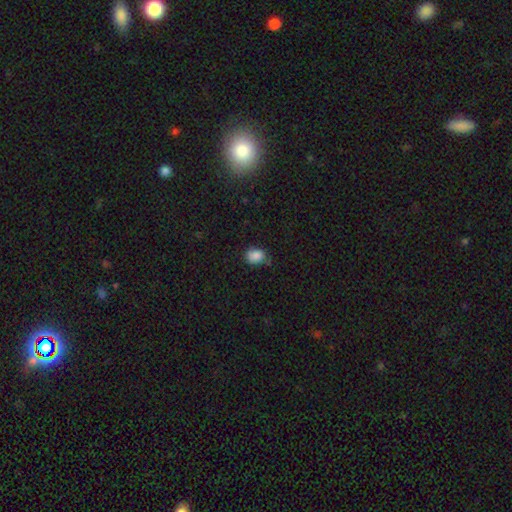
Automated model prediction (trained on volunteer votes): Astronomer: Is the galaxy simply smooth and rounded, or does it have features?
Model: smooth — 84%.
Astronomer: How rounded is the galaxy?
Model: in between — 51% (runner-up: round, 48%).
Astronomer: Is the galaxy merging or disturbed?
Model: none — 61%.